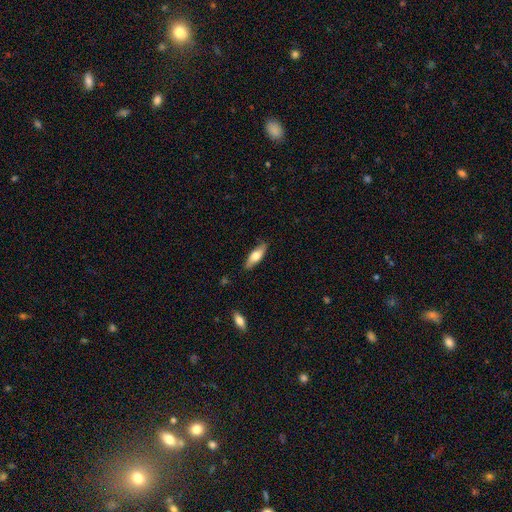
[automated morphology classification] The model was most divided on "how rounded": in between: 59%, cigar-shaped: 39%, round: 2%. More confident: merging — none (84%); smooth or featured — smooth (65%).